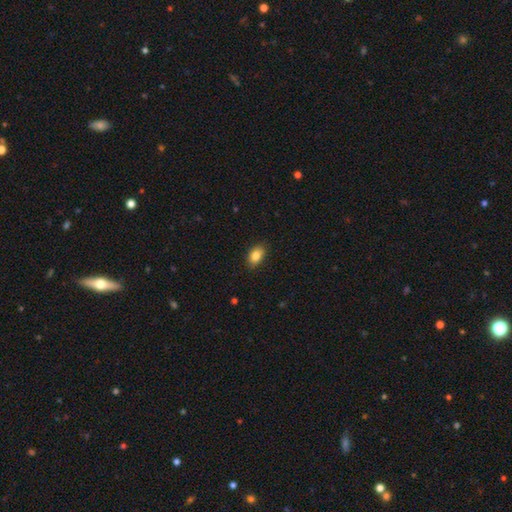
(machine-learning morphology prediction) Overall: smooth (85%). How rounded: in between (87%). Merging: none (87%).